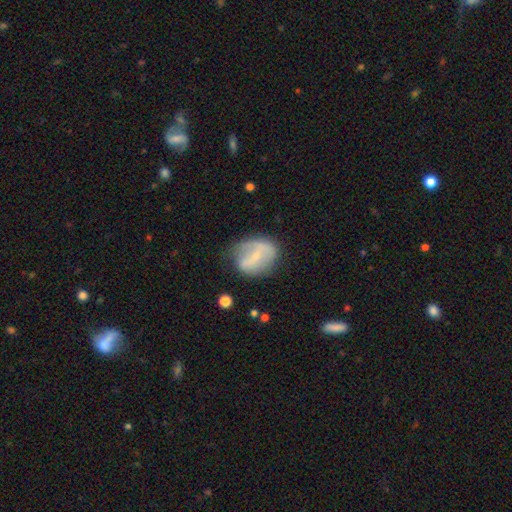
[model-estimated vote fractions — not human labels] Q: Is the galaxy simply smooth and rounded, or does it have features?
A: featured or disk — 55%.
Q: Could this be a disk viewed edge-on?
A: no — 96%.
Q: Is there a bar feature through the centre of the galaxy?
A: weak — 41%.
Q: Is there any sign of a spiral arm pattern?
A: yes — 59%.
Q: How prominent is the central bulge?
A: small — 64%.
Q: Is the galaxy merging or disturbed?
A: none — 52%.